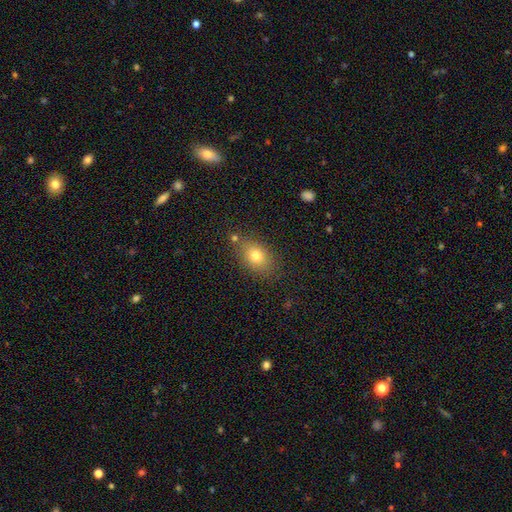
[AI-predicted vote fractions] A smooth galaxy with no disk features (78%) that is in between round and cigar-shaped (78%).

Vote fractions:
- Smooth or featured? smooth: 78% / star or artifact: 11% / featured or disk: 11%
- How rounded? in between: 78% / round: 19% / cigar-shaped: 2%
- Merging? none: 78% / minor disturbance: 13% / merger: 5% / major disturbance: 3%